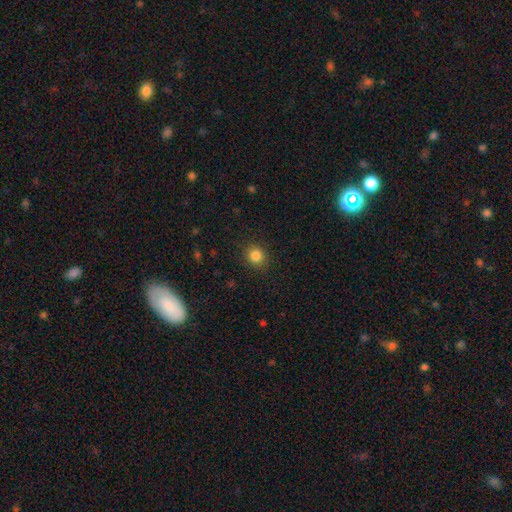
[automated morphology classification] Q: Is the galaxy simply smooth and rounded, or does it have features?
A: smooth — 84%.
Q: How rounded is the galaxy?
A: round — 83%.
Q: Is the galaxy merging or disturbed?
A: none — 89%.